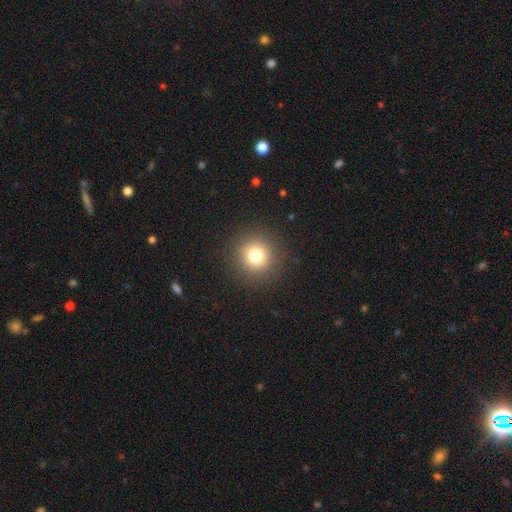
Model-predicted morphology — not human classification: Q: Smooth or featured?
A: smooth (79%); runner-up: star or artifact (13%)
Q: How rounded?
A: round (94%); runner-up: in between (5%)
Q: Merging?
A: none (90%); runner-up: minor disturbance (6%)